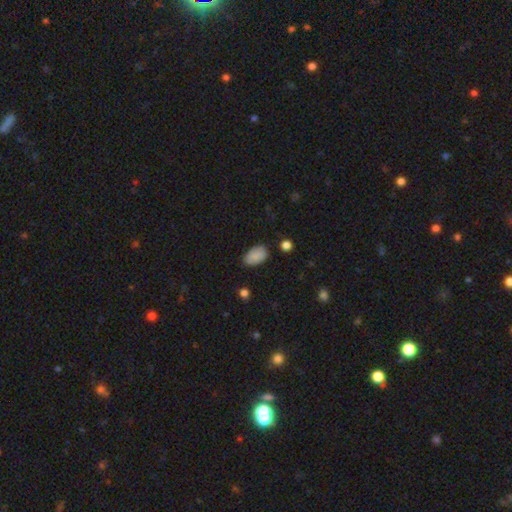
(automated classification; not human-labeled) Smooth or featured? smooth (88%)
How rounded? in between (92%)
Merging? none (80%)